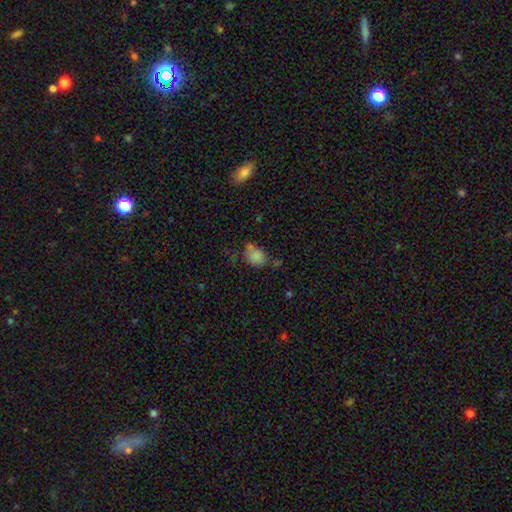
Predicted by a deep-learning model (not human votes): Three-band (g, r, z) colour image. It shows a smooth galaxy with no disk features (80%) that is in between round and cigar-shaped (62%). Merging: none (49%).